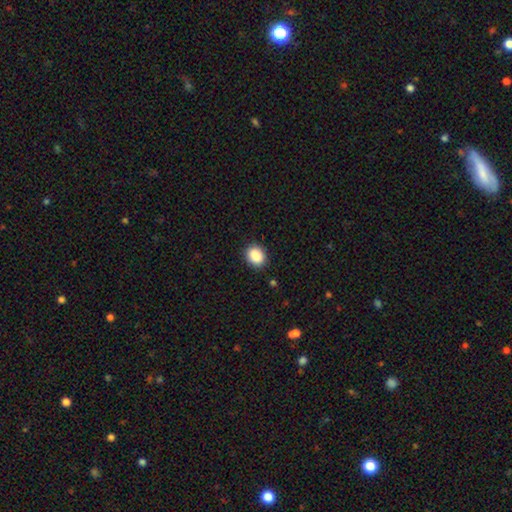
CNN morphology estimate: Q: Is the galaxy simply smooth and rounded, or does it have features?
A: smooth — 88%.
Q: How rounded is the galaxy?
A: round — 50%.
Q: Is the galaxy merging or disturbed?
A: none — 89%.